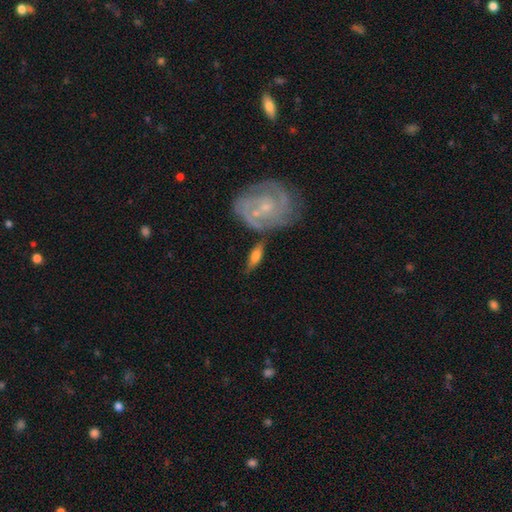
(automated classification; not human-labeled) This appears to be a featured or disk galaxy (49%). Merging: none (66%).